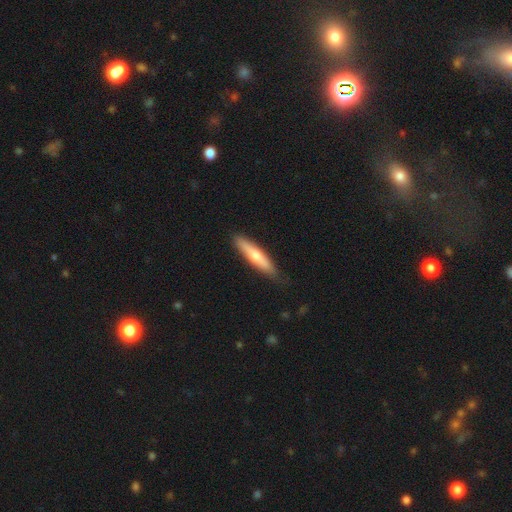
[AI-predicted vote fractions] This appears to be a smooth galaxy with no disk features (62%) that is cigar-shaped (84%). Merging: none (83%).